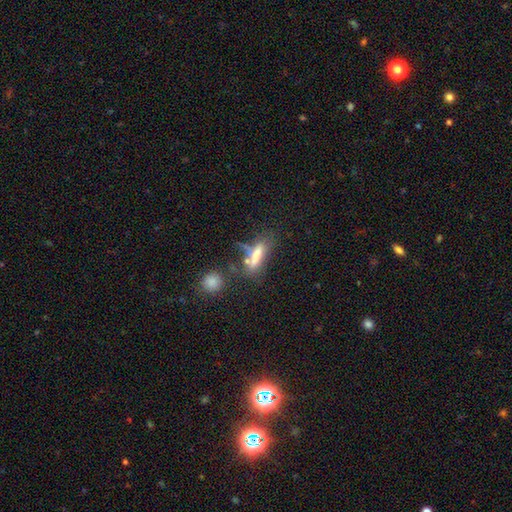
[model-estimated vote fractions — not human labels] This is likely a smooth galaxy (65%). How rounded: likely cigar-shaped (62%). Merging: possibly none (48%).